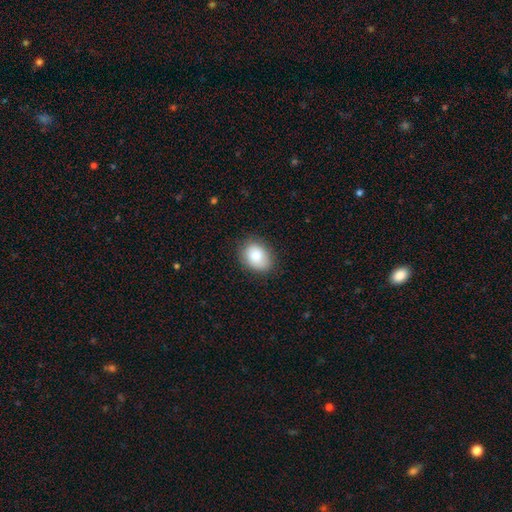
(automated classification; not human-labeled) Q: Smooth or featured?
A: smooth (83%); runner-up: featured or disk (9%)
Q: How rounded?
A: in between (66%); runner-up: round (34%)
Q: Merging?
A: none (83%); runner-up: minor disturbance (13%)